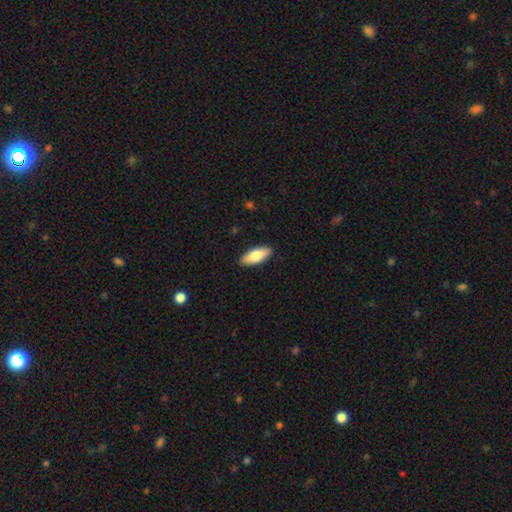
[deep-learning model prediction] smooth-or-featured: smooth: 78% | featured or disk: 16% | star or artifact: 6%
  how-rounded: in between: 77% | cigar-shaped: 20% | round: 2%
  merging: none: 90% | minor disturbance: 8% | major disturbance: 2% | merger: 1%